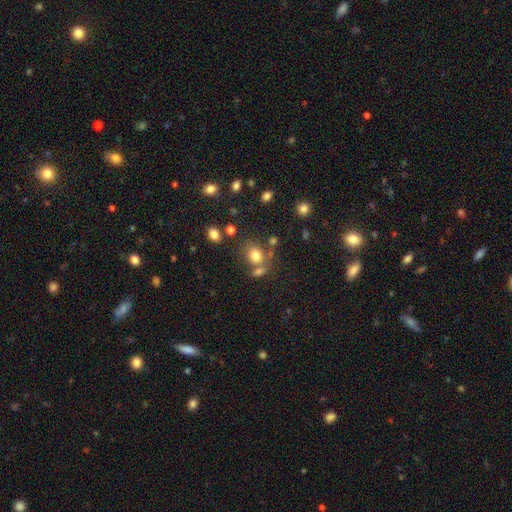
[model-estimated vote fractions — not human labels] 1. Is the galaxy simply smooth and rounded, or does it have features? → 77% smooth, 13% star or artifact, 10% featured or disk.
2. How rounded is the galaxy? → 54% round, 45% in between, 1% cigar-shaped.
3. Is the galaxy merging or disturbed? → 53% none, 26% merger, 14% minor disturbance, 7% major disturbance.